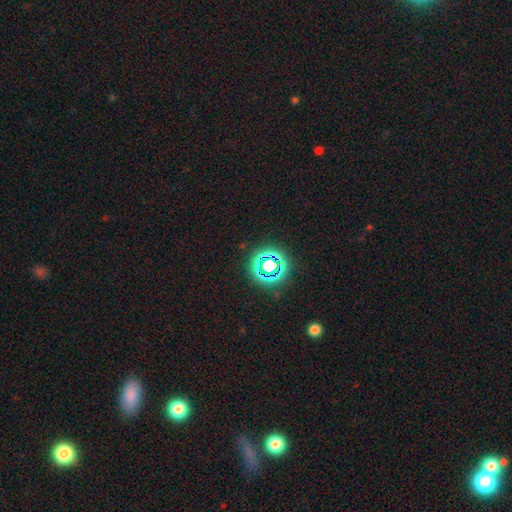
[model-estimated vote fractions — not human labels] Morphology: type=star or artifact (74%).